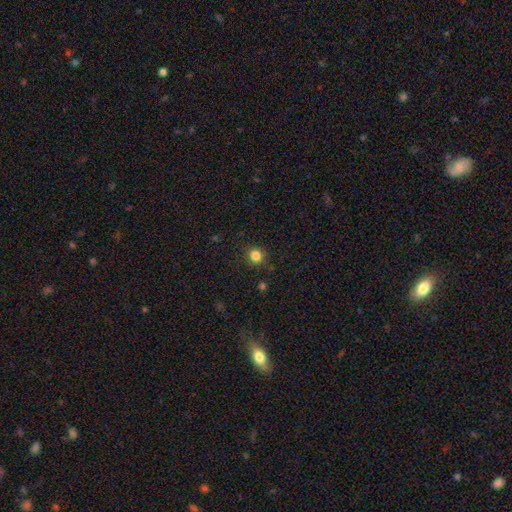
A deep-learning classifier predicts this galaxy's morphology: Smooth or featured?
  - smooth: 84% *
  - star or artifact: 12%
  - featured or disk: 4%
How rounded?
  - round: 90% *
  - in between: 9%
  - cigar-shaped: 1%
Merging?
  - none: 90% *
  - minor disturbance: 7%
  - major disturbance: 2%
  - merger: 1%